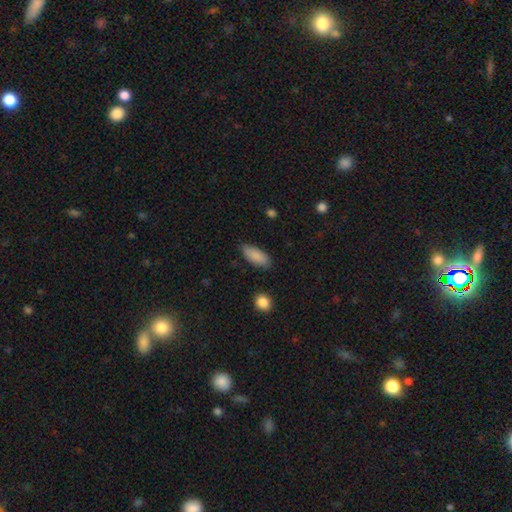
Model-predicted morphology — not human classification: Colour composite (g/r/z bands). It shows a smooth galaxy with no disk features (88%) that is in between round and cigar-shaped (85%). Merging: none (83%).